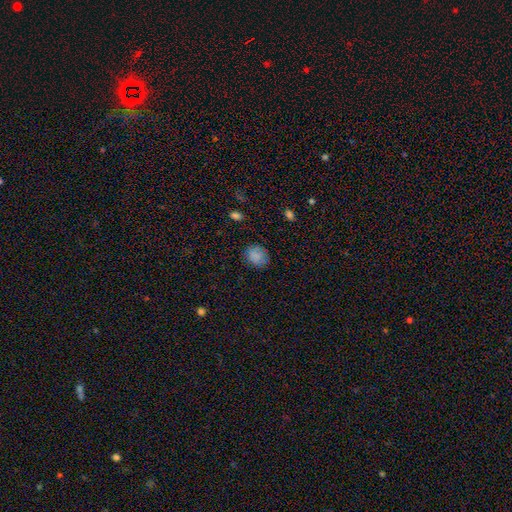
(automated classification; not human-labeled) Smooth or featured?
  - smooth: 82% *
  - star or artifact: 12%
  - featured or disk: 6%
How rounded?
  - round: 63% *
  - in between: 36%
  - cigar-shaped: 1%
Merging?
  - none: 81% *
  - minor disturbance: 15%
  - major disturbance: 4%
  - merger: 1%